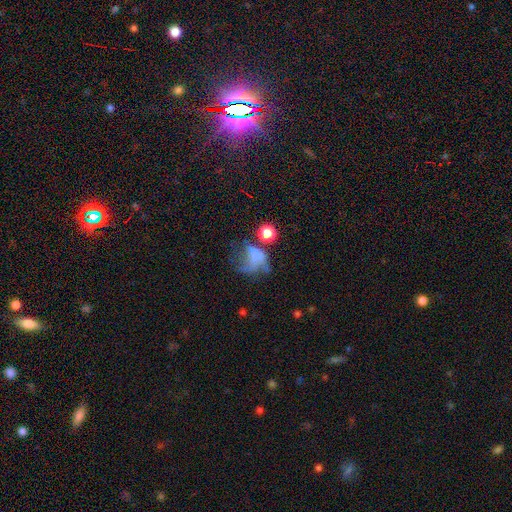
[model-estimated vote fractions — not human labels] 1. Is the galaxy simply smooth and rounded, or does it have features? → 50% smooth, 31% featured or disk, 19% star or artifact.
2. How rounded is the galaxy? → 57% in between, 41% round, 2% cigar-shaped.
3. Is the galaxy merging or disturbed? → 47% major disturbance, 25% none, 17% minor disturbance, 11% merger.